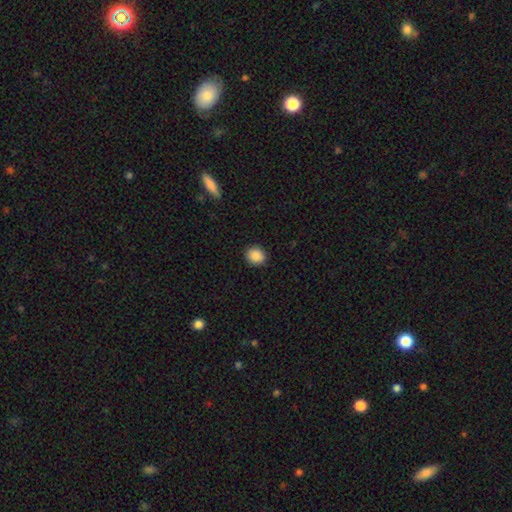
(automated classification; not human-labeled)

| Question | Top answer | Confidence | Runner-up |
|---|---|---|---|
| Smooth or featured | smooth | 89% | star or artifact (9%) |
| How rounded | round | 72% | in between (27%) |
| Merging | none | 90% | minor disturbance (7%) |